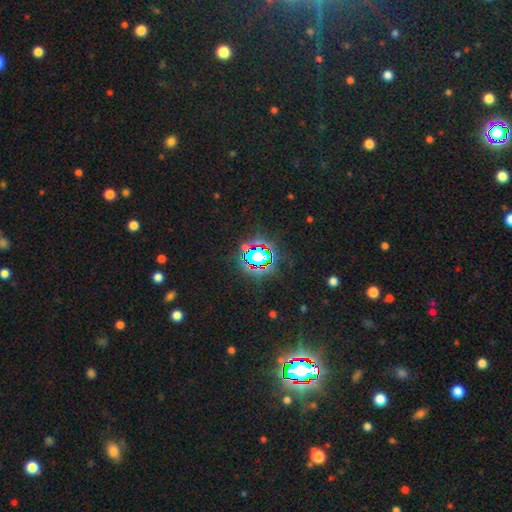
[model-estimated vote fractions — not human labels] This appears to be a star or artifact, not a galaxy (70%).